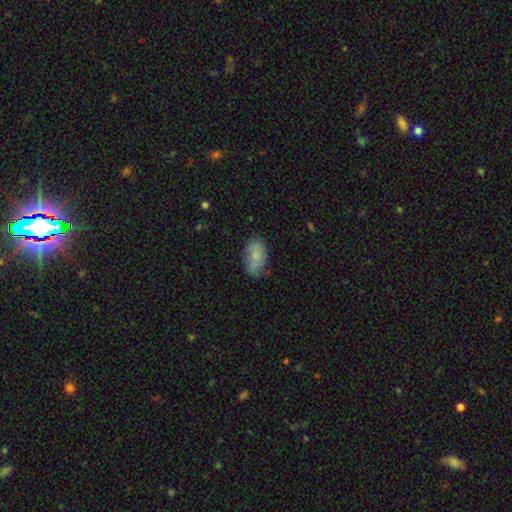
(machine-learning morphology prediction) Smooth or featured? smooth (80%)
How rounded? in between (93%)
Merging? none (63%)